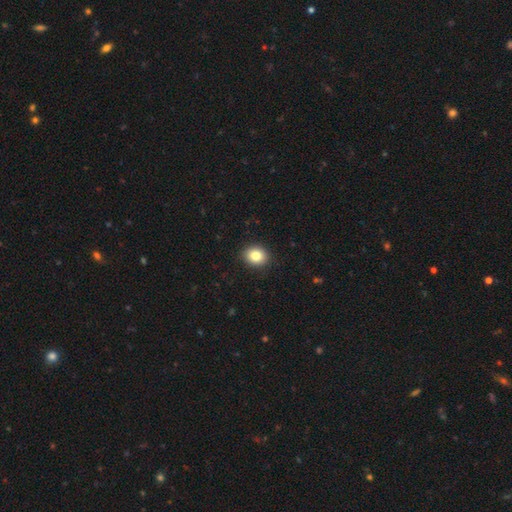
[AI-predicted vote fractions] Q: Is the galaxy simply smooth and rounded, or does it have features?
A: smooth — 83%.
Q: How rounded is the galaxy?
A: round — 67%.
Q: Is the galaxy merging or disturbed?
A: none — 91%.